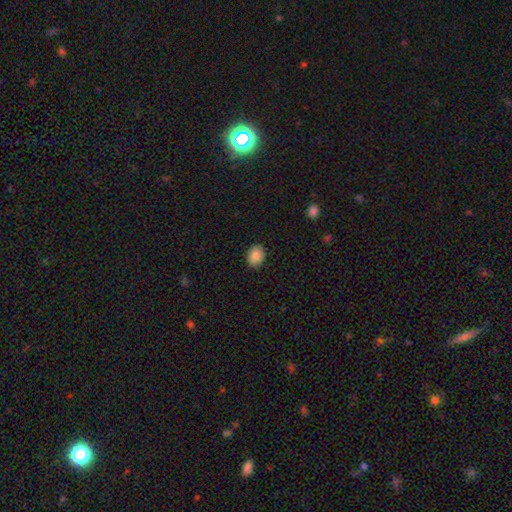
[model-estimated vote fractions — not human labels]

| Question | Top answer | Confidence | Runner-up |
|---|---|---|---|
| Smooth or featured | smooth | 84% | star or artifact (8%) |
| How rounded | round | 52% | in between (47%) |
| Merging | none | 89% | minor disturbance (8%) |